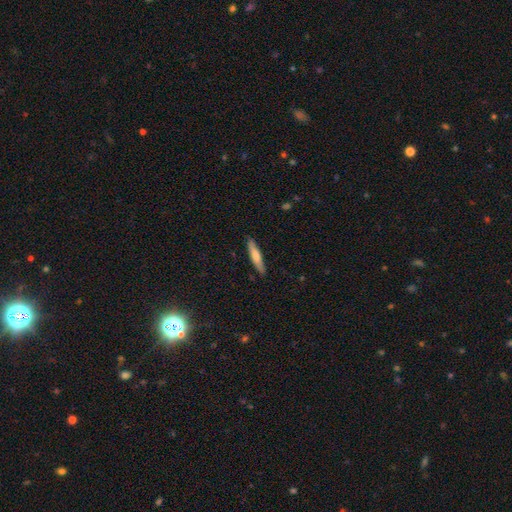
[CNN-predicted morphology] This is likely a smooth galaxy (64%). How rounded: clearly cigar-shaped (90%). Merging: clearly none (89%).